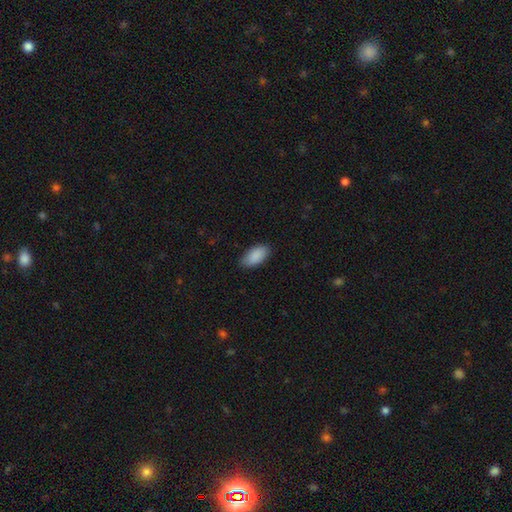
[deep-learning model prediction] smooth 90%, star or artifact 6%, featured or disk 4%. Down the decision tree: how rounded — in between (94%); merging — none (83%).